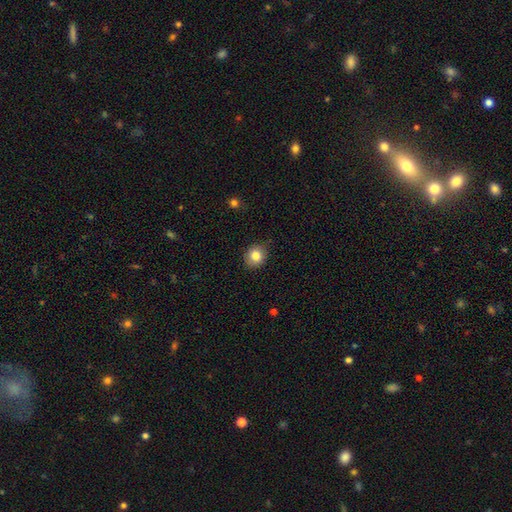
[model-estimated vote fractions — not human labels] Smooth or featured? smooth (82%)
How rounded? round (71%)
Merging? none (83%)